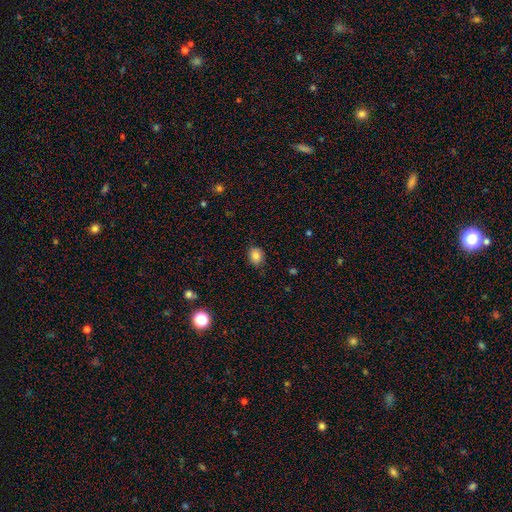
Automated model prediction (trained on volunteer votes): Overall: smooth (84%). How rounded: round (54%; in between 45%). Merging: none (81%).